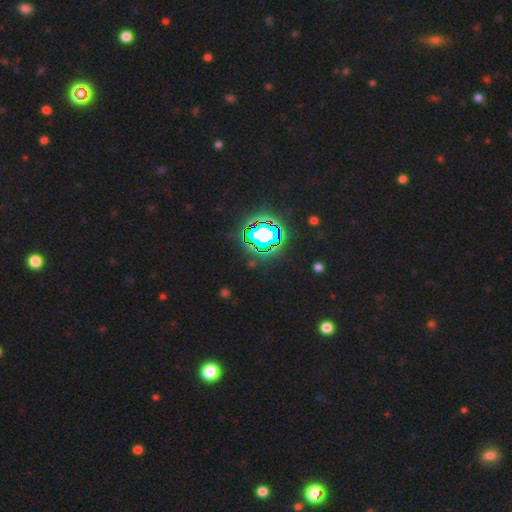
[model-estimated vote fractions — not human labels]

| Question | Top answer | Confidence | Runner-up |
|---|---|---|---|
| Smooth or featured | star or artifact | 83% | smooth (11%) |